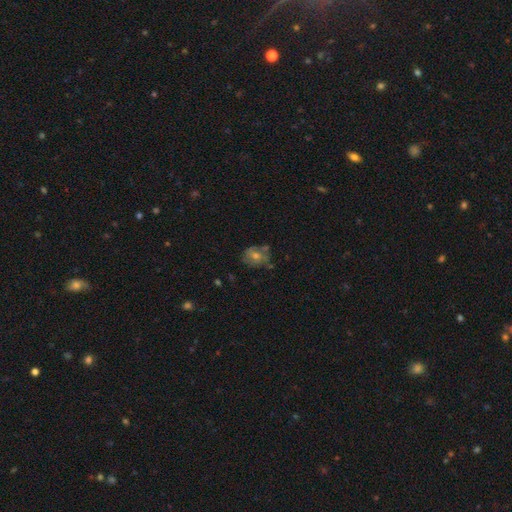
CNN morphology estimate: Smooth or featured? featured or disk (47%)
Merging? none (65%)